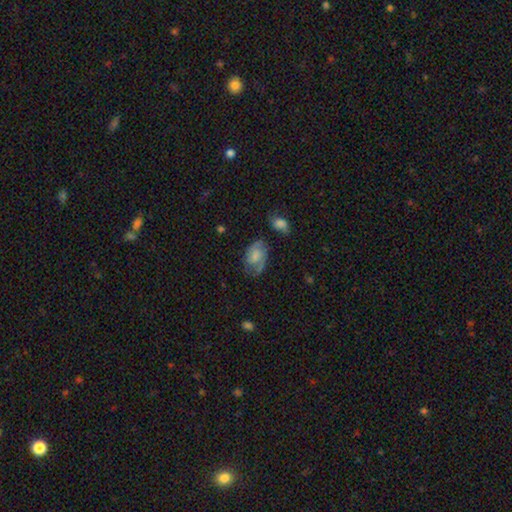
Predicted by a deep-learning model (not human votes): Smooth or featured? featured or disk (47%)
Merging? none (55%)